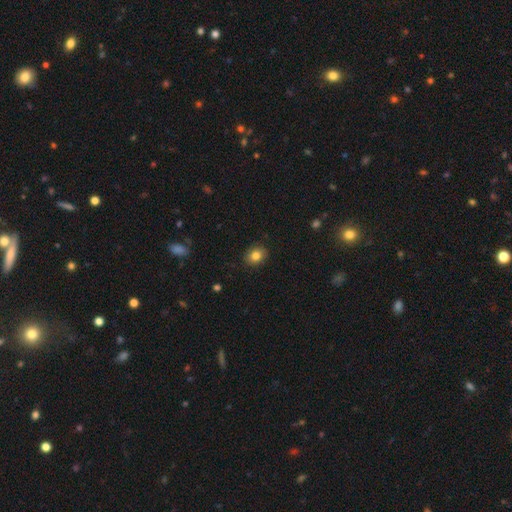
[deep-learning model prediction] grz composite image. It shows a smooth galaxy with no disk features (83%) that is round (52%). Merging: none (87%).